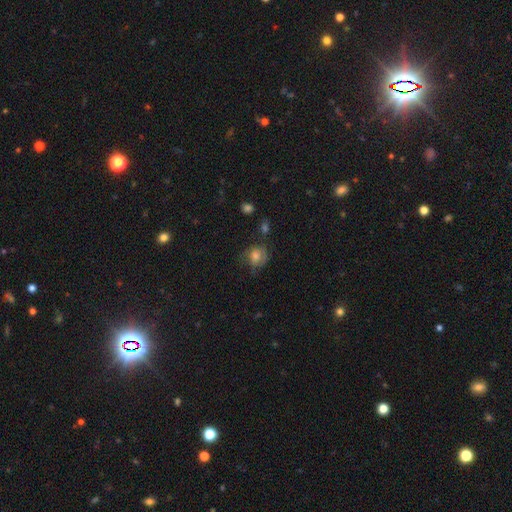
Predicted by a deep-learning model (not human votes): smooth 62%, featured or disk 27%, star or artifact 11%. Down the decision tree: how rounded — round (64%); merging — none (51%).